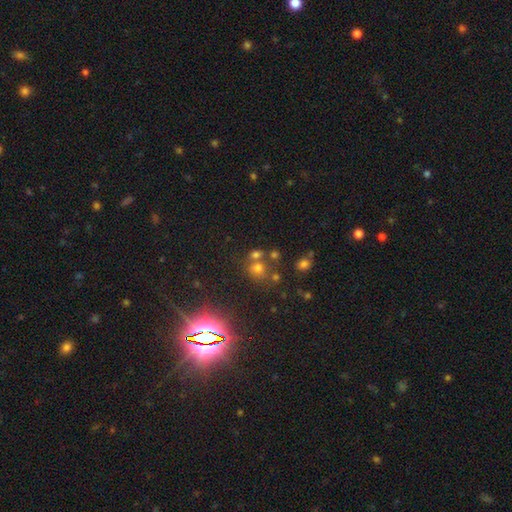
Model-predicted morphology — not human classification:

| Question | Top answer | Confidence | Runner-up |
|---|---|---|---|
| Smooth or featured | star or artifact | 77% | smooth (14%) |